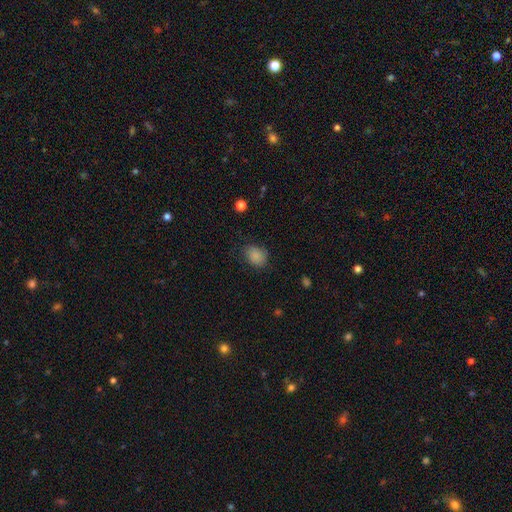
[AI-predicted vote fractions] Q: Smooth or featured?
A: smooth (86%); runner-up: star or artifact (9%)
Q: How rounded?
A: in between (60%); runner-up: round (39%)
Q: Merging?
A: none (75%); runner-up: minor disturbance (19%)